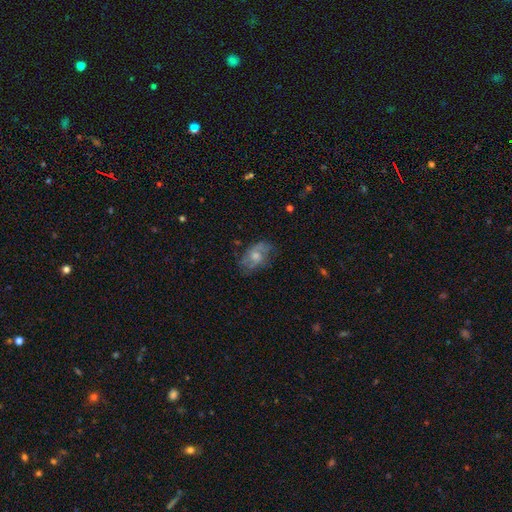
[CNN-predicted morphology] smooth-or-featured: featured or disk: 53% | smooth: 40% | star or artifact: 8%
  disk-edge-on: no: 95% | yes: 5%
    bar: no: 72% | weak: 25% | strong: 3%
    has-spiral-arms: yes: 73% | no: 27%
    bulge-size: moderate: 51% | small: 36% | none: 6% | large: 5% | dominant: 1%
  merging: none: 60% | minor disturbance: 26% | major disturbance: 13% | merger: 2%